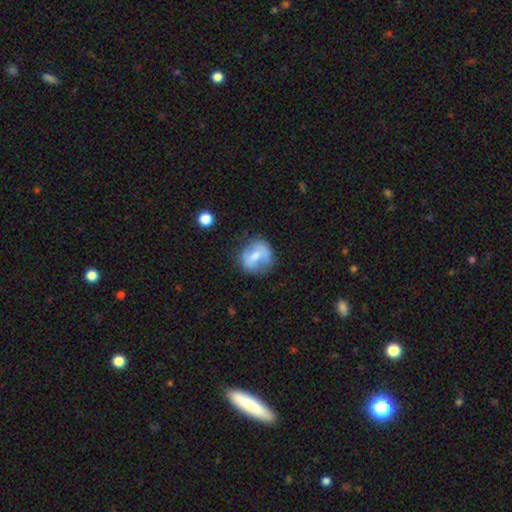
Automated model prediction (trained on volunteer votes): Morphology: type=smooth (55%); roundness=round (72%); merging=none (57%).